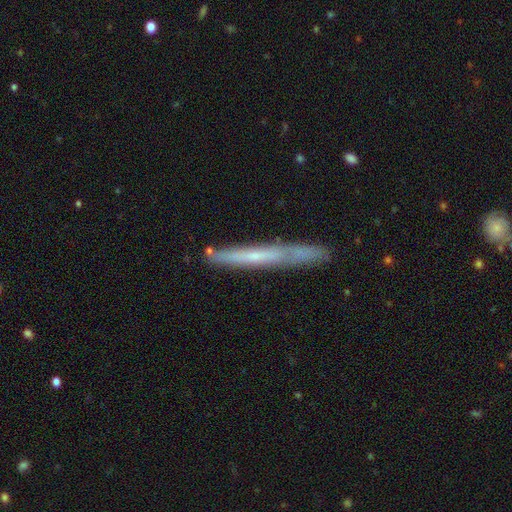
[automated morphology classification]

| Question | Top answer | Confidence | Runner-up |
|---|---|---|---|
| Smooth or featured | featured or disk | 54% | smooth (40%) |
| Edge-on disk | yes | 88% | no (12%) |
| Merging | none | 79% | minor disturbance (15%) |